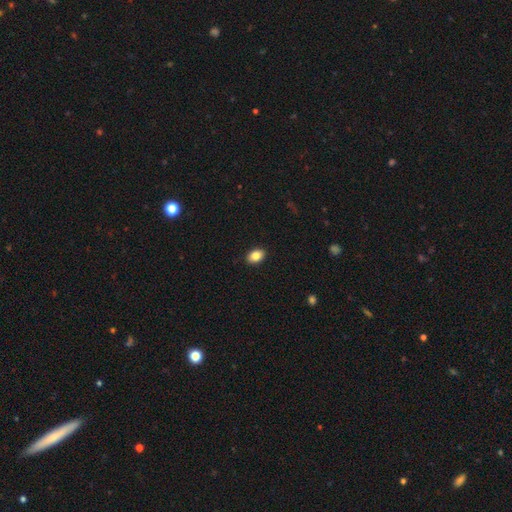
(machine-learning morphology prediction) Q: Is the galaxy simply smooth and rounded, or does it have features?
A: smooth — 85%.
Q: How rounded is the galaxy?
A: in between — 83%.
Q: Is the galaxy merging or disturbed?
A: none — 90%.